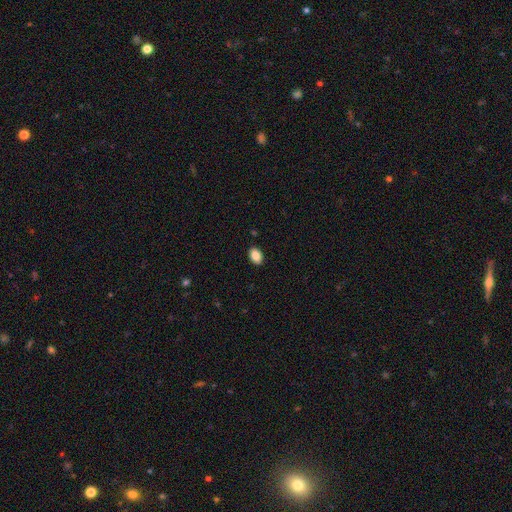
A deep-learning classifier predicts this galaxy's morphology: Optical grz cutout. It shows a smooth galaxy with no disk features (88%) that is in between round and cigar-shaped (87%). Merging: none (90%).